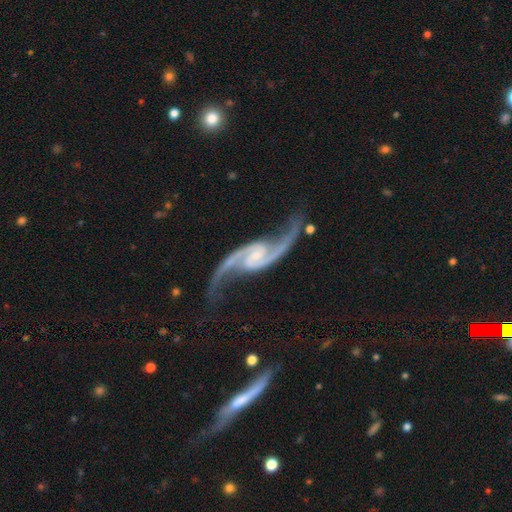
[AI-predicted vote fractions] This is clearly a featured or disk galaxy (94%). It is clearly not viewed edge-on (97%). Bar: marginally weak (41%, tied with no). Spiral arm pattern: clearly yes (98%). Spiral arm count: clearly 2 (95%). Spiral winding: likely loose (70%). Central bulge: likely small (67%). Merging: likely none (73%).